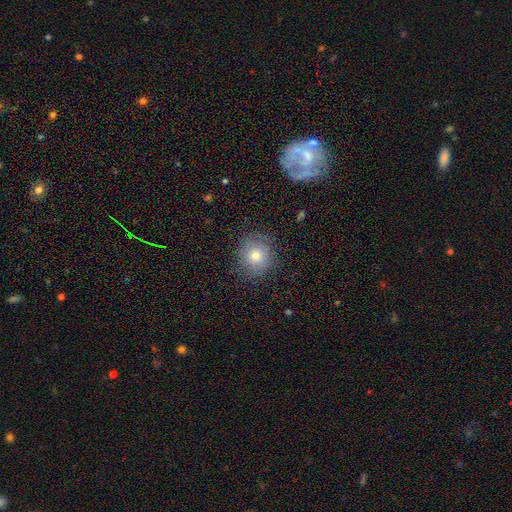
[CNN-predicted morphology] smooth-or-featured: smooth: 72% | featured or disk: 15% | star or artifact: 12%
  how-rounded: round: 80% | in between: 19% | cigar-shaped: 1%
  merging: none: 82% | minor disturbance: 12% | major disturbance: 4% | merger: 1%